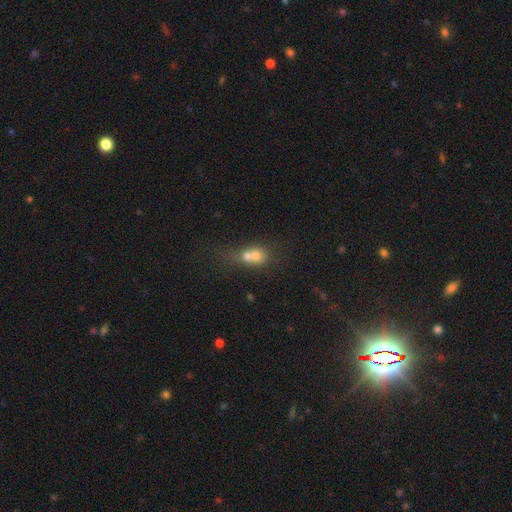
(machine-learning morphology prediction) The model was most divided on "how rounded": round: 63%, in between: 34%, cigar-shaped: 3%. More confident: merging — merger (70%); smooth or featured — smooth (64%).